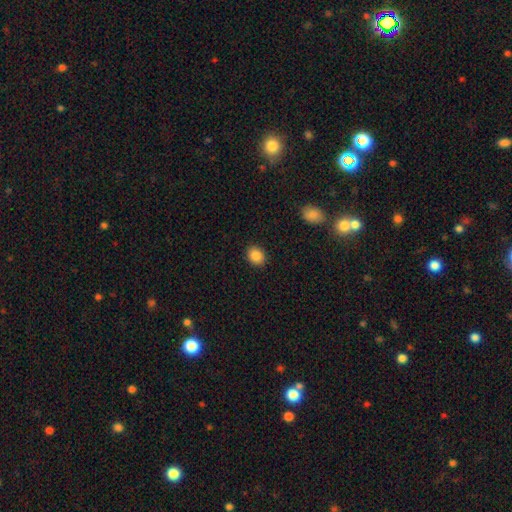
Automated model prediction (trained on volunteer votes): The model was most divided on "how rounded": round: 55%, in between: 44%, cigar-shaped: 1%. More confident: merging — none (91%); smooth or featured — smooth (87%).